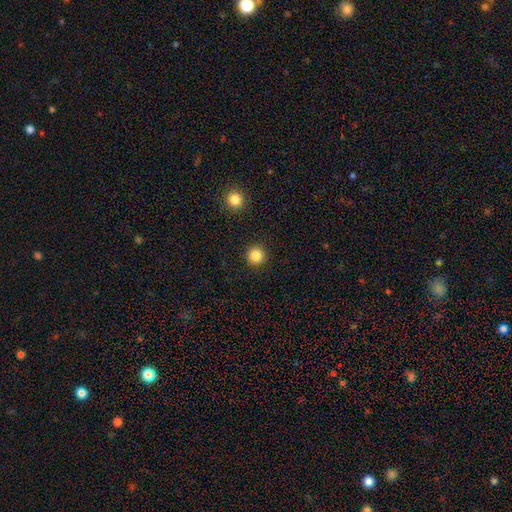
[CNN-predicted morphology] Smooth or featured? Predicted: smooth (p=0.85). How rounded? Predicted: round (p=0.96). Merging? Predicted: none (p=0.92).